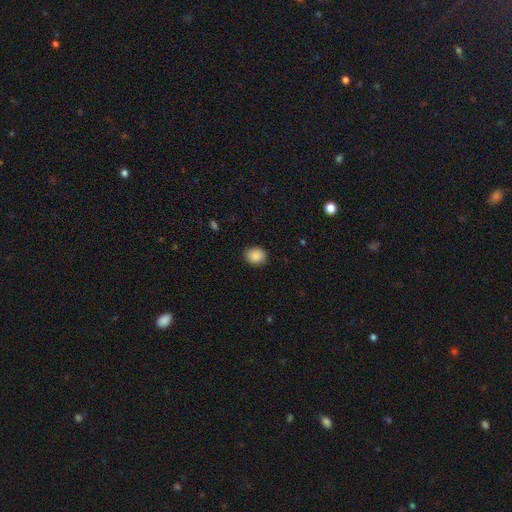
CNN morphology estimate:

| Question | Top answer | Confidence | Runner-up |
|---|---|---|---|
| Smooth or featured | smooth | 89% | star or artifact (8%) |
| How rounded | round | 59% | in between (40%) |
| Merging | none | 87% | minor disturbance (10%) |